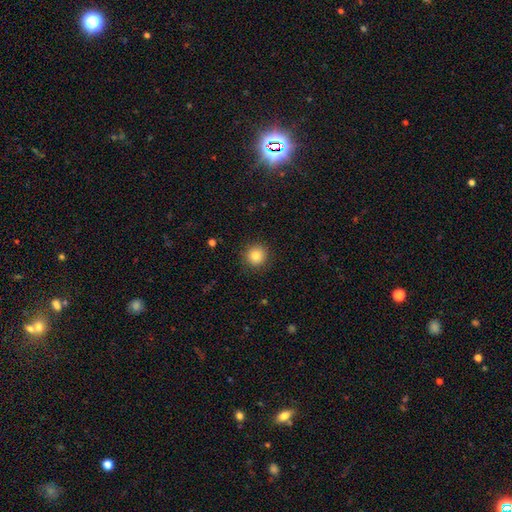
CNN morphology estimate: Smooth or featured? Predicted: smooth (p=0.83). How rounded? Predicted: round (p=0.94). Merging? Predicted: none (p=0.90).